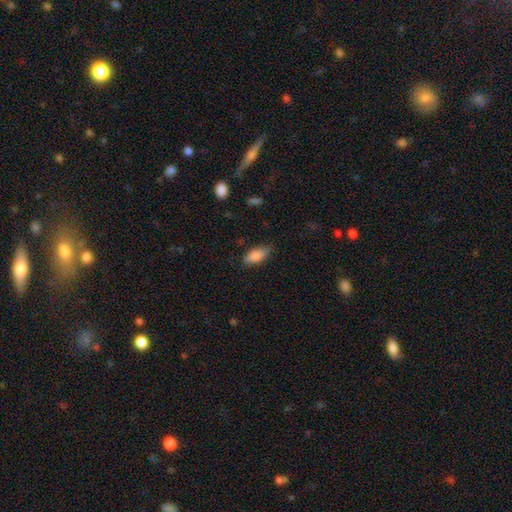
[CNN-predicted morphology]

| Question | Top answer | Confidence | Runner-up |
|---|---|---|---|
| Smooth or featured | smooth | 84% | featured or disk (9%) |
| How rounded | in between | 81% | cigar-shaped (17%) |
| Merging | none | 75% | minor disturbance (20%) |